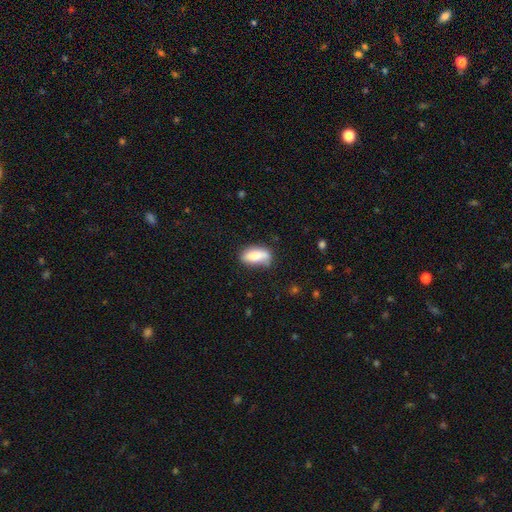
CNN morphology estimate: type=smooth (81%); roundness=in between (83%); merging=none (62%).